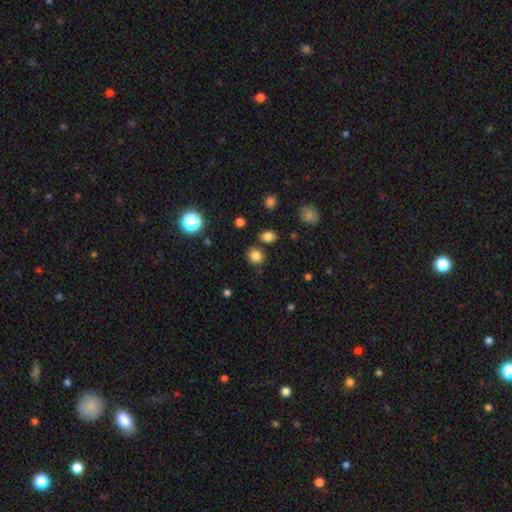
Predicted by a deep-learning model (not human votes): The model was most divided on "how rounded": round: 78%, in between: 21%, cigar-shaped: 1%. More confident: smooth or featured — smooth (82%); merging — none (80%).